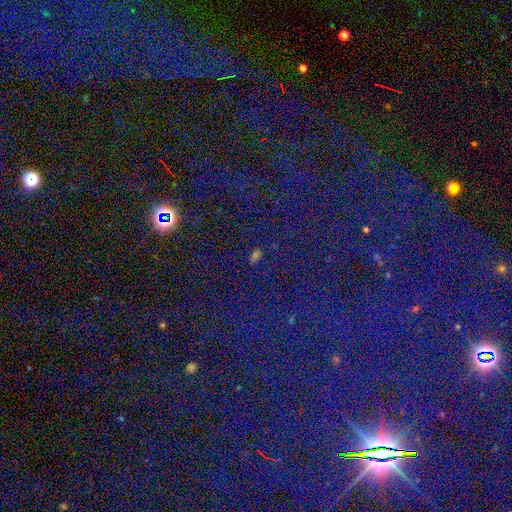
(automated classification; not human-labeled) A star or artifact, not a galaxy (60%).

Vote fractions:
- Smooth or featured? star or artifact: 60% / smooth: 32% / featured or disk: 8%